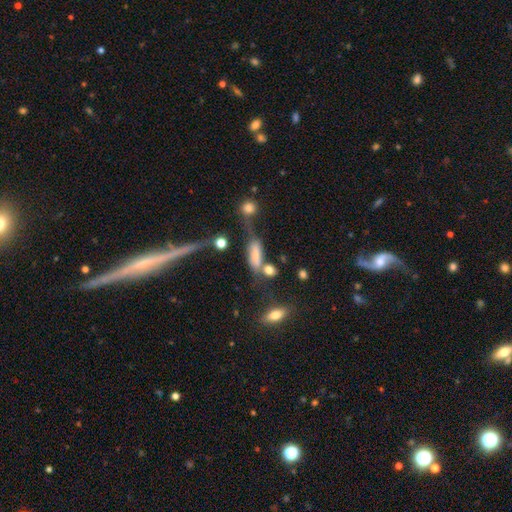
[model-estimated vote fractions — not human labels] Smooth or featured: smooth — 65% (featured or disk — 23%)
How rounded: in between — 59% (cigar-shaped — 35%)
Merging: none — 31% (merger — 29%)